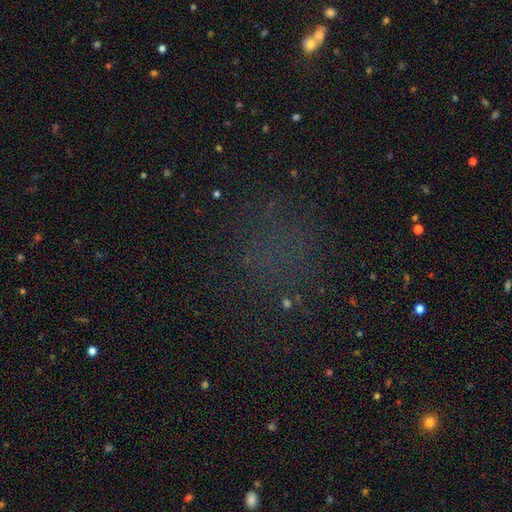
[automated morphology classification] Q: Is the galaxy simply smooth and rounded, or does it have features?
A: star or artifact — 53%.